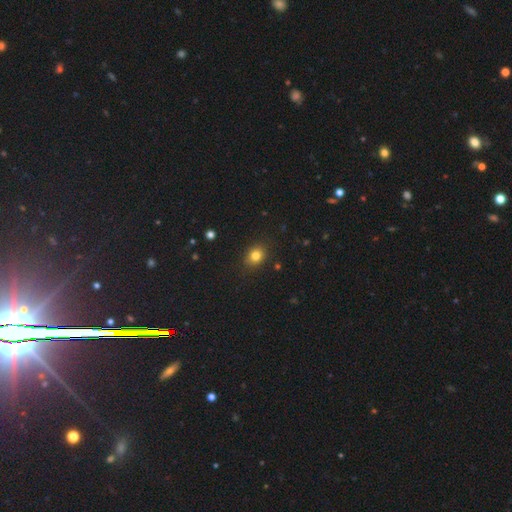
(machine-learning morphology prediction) smooth_or_featured: smooth (p=0.80) [alt: star or artifact p=0.13]
how_rounded: round (p=0.59) [alt: in between p=0.40]
merging: none (p=0.87) [alt: minor disturbance p=0.09]